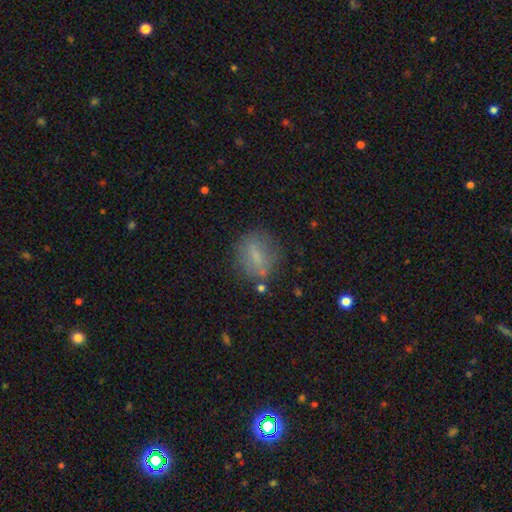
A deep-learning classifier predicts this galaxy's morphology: A smooth galaxy with no disk features (62%) that is round (49%). Merging: none (70%).